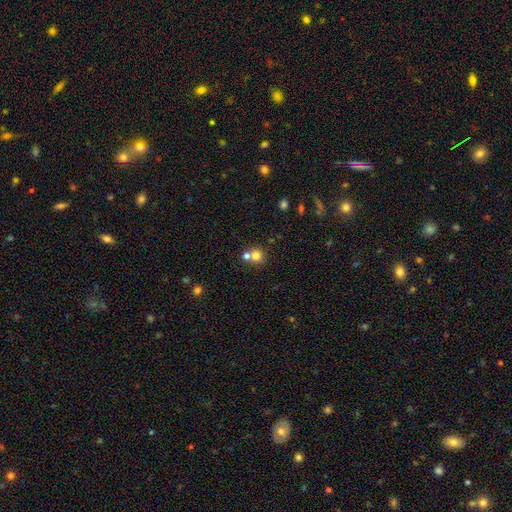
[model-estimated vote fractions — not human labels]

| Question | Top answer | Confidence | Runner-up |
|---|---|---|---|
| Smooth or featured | smooth | 75% | star or artifact (13%) |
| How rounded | round | 87% | in between (12%) |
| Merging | none | 47% | merger (44%) |